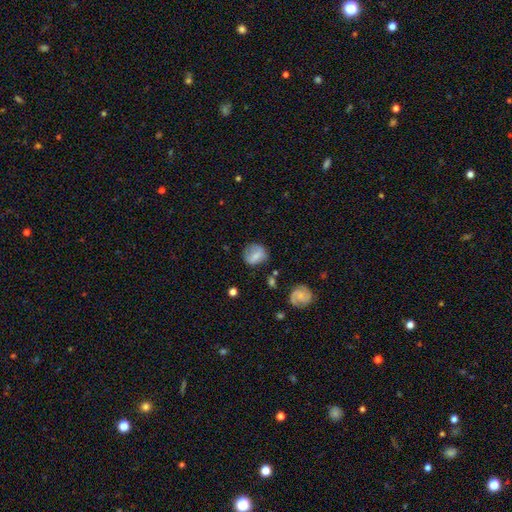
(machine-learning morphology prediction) smooth 64%, featured or disk 27%, star or artifact 9%. Down the decision tree: how rounded — round (70%); merging — none (67%).